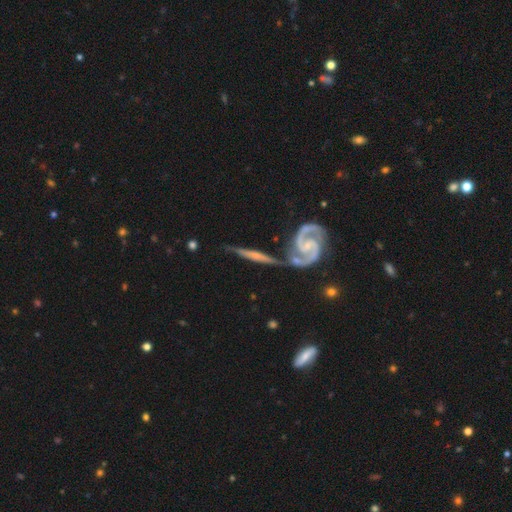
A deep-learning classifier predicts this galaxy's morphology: Overall: featured or disk (84%). Edge-on disk: yes (56%; no 44%). Merging: none (52%; merger 26%).